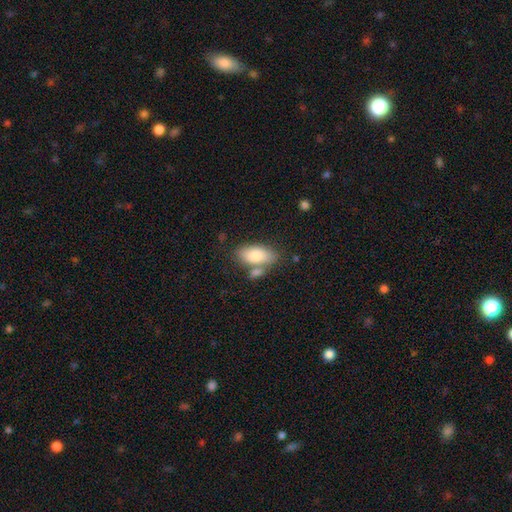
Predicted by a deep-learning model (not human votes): A smooth galaxy with no disk features (81%) that is in between round and cigar-shaped (91%).

Vote fractions:
- Smooth or featured? smooth: 81% / featured or disk: 12% / star or artifact: 7%
- How rounded? in between: 91% / cigar-shaped: 5% / round: 3%
- Merging? none: 59% / merger: 22% / minor disturbance: 15% / major disturbance: 4%